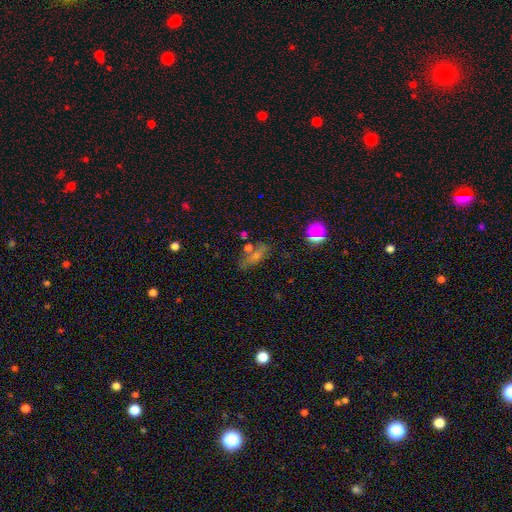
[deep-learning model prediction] Smooth or featured: smooth — 42% (star or artifact — 29%)
Merging: none — 61% (minor disturbance — 18%)